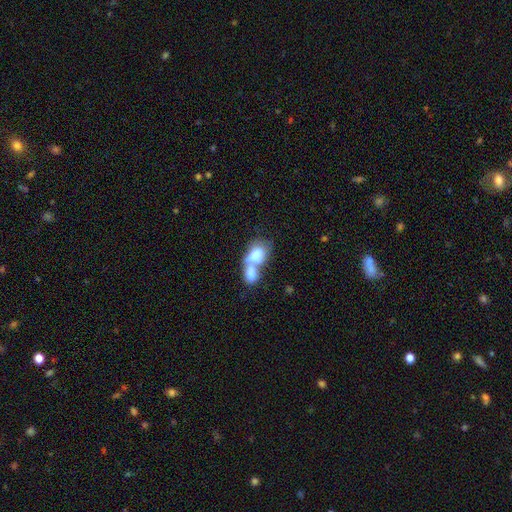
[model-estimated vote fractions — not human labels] This is likely a smooth galaxy (75%). How rounded: clearly in between (82%). Merging: likely merger (75%).